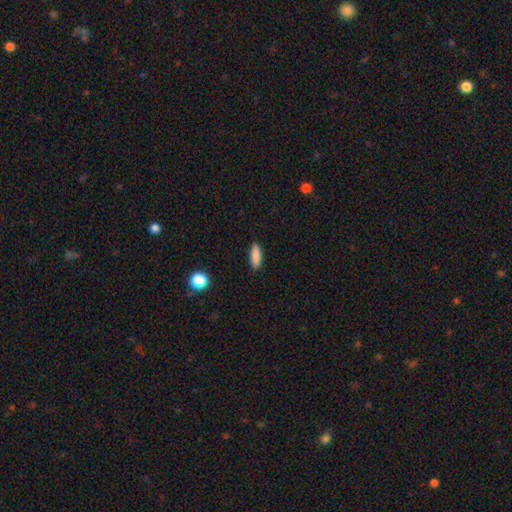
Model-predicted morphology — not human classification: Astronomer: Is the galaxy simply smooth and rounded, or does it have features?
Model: smooth — 87%.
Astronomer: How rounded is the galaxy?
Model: in between — 55% (runner-up: cigar-shaped, 42%).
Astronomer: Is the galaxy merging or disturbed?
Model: none — 89%.